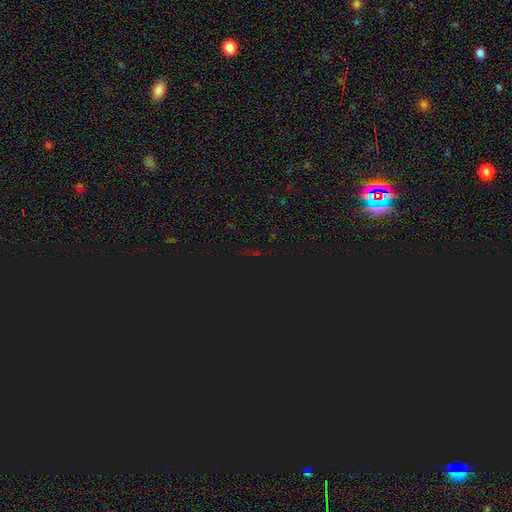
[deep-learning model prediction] A star or artifact, not a galaxy (80%).

Vote fractions:
- Smooth or featured? star or artifact: 80% / smooth: 13% / featured or disk: 7%